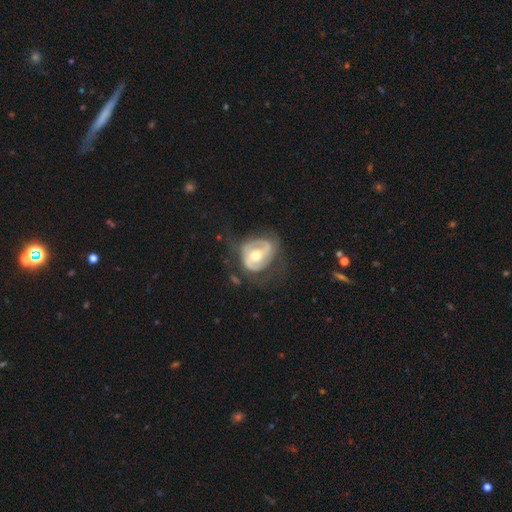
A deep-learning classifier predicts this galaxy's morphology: Overall: featured or disk (77%). Edge-on disk: no (97%). Bar: no (46%; weak 38%). Spiral arms: yes (79%). Spiral arm count: 2 (59%). Spiral winding: tight (43%; medium 39%). Bulge size: moderate (70%). Merging: none (51%; minor disturbance 25%).